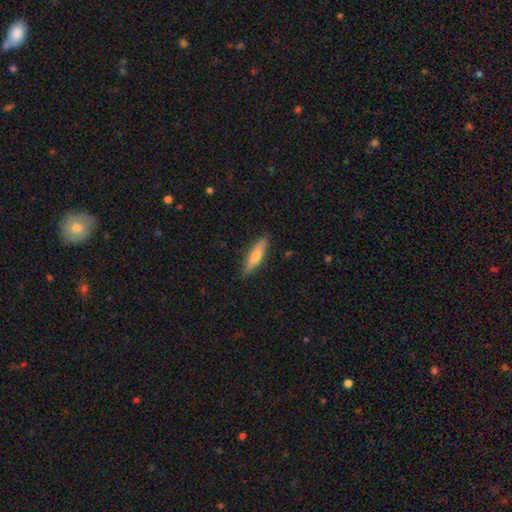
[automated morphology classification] smooth 63%, featured or disk 32%, star or artifact 6%. Down the decision tree: how rounded — cigar-shaped (74%); merging — none (87%).